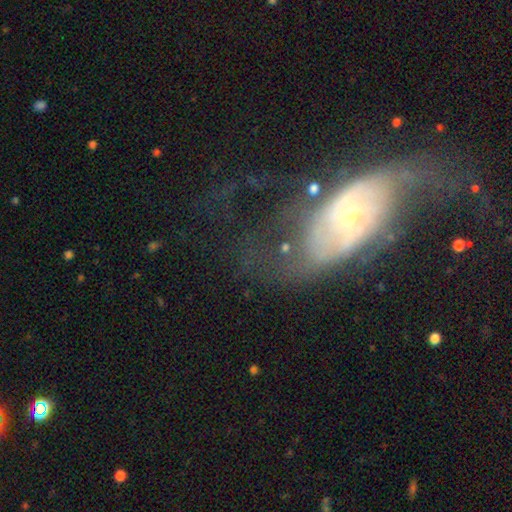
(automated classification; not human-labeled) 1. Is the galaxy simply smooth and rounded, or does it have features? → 72% featured or disk, 17% smooth, 11% star or artifact.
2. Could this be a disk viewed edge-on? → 92% no, 8% yes.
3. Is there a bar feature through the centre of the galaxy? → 66% no, 23% weak, 11% strong.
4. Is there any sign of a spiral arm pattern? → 72% yes, 28% no.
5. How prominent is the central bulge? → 62% small, 32% moderate, 3% large, 2% dominant, 1% none.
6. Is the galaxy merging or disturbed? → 41% major disturbance, 38% none, 16% minor disturbance, 5% merger.